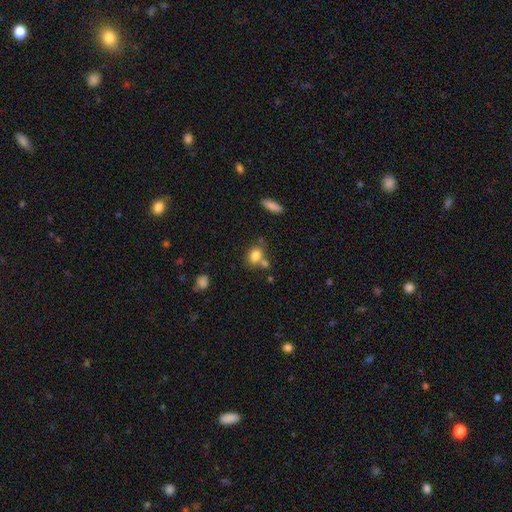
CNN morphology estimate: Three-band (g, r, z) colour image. It shows a smooth galaxy with no disk features (80%) that is round (50%). Merging: none (52%).